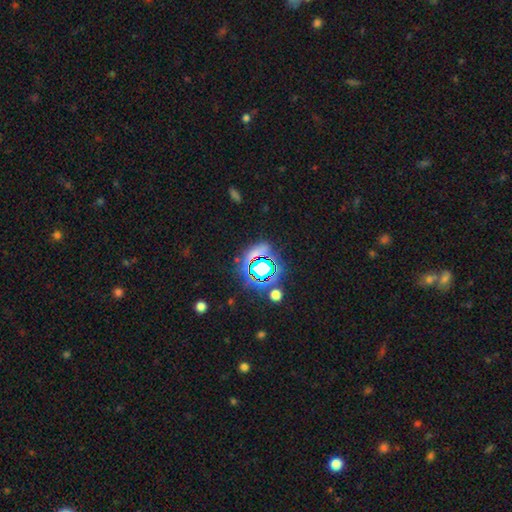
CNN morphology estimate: smooth_or_featured: star or artifact (p=0.62) [alt: smooth p=0.26]